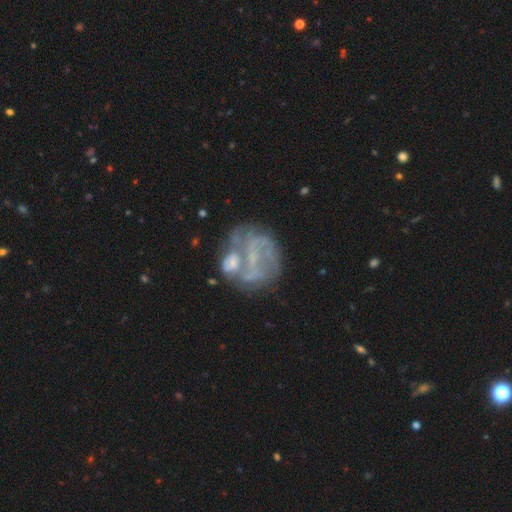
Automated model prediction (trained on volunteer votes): smooth_or_featured: featured or disk (p=0.69) [alt: smooth p=0.17]
disk_edge_on: no (p=0.97) [alt: yes p=0.03]
bar: no (p=0.43) [alt: weak p=0.38]
has_spiral_arms: yes (p=0.58) [alt: no p=0.42]
bulge_size: small (p=0.43) [tied with: none p=0.43]
merging: none (p=0.46) [alt: merger p=0.19]